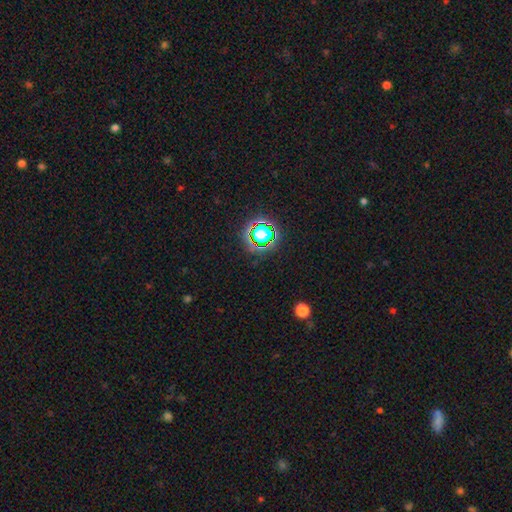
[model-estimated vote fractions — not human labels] This appears to be a star or artifact, not a galaxy (77%).